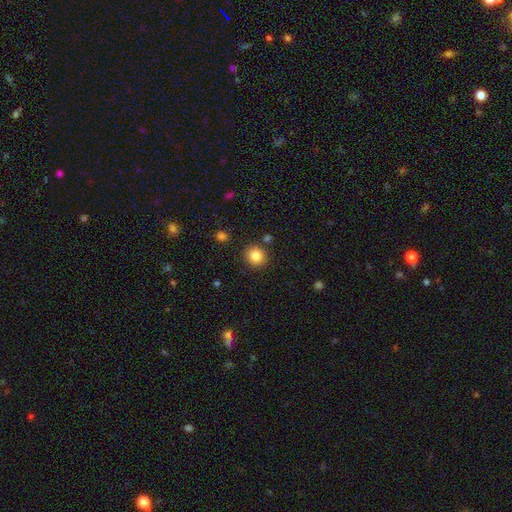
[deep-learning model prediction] The model was most divided on "smooth or featured": smooth: 85%, star or artifact: 10%, featured or disk: 5%. More confident: how rounded — round (89%); merging — none (86%).